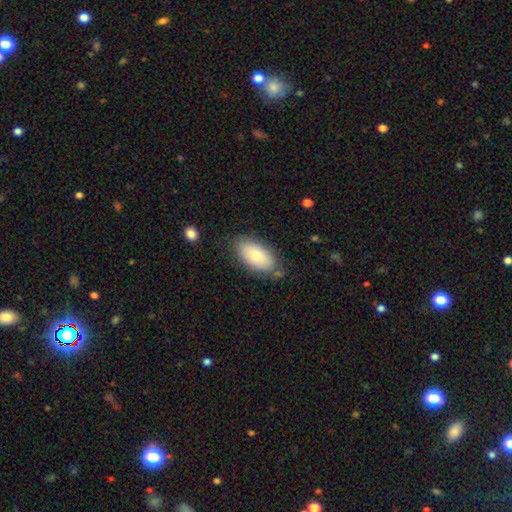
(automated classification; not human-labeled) smooth_or_featured: smooth (p=0.72) [alt: featured or disk p=0.21]
how_rounded: in between (p=0.93) [alt: round p=0.04]
merging: none (p=0.77) [alt: minor disturbance p=0.16]